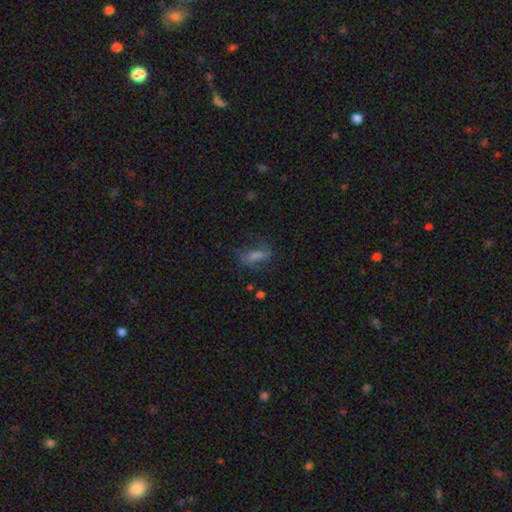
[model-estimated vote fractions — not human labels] A smooth galaxy with no disk features (52%) that is in between round and cigar-shaped (61%).

Vote fractions:
- Smooth or featured? smooth: 52% / featured or disk: 26% / star or artifact: 22%
- How rounded? in between: 61% / cigar-shaped: 31% / round: 8%
- Merging? none: 63% / minor disturbance: 21% / major disturbance: 14% / merger: 2%